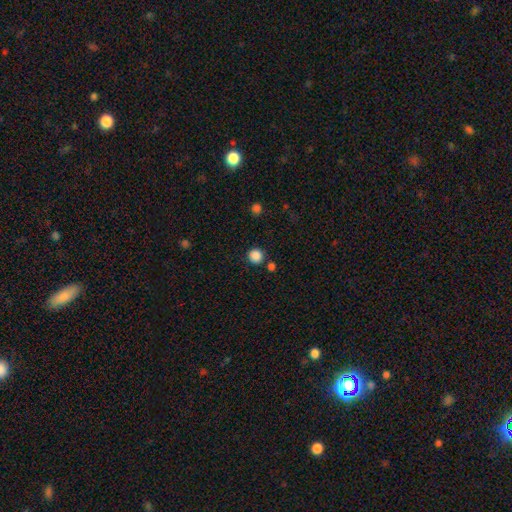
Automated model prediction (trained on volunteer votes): Morphology: type=smooth (86%); roundness=round (93%); merging=none (84%).